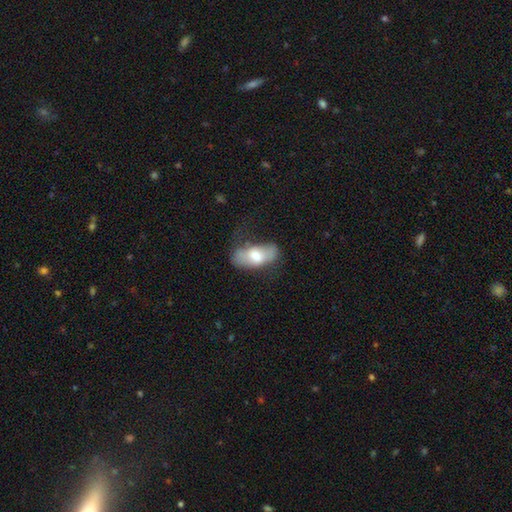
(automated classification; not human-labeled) Q: Smooth or featured?
A: smooth (64%); runner-up: featured or disk (29%)
Q: How rounded?
A: in between (90%); runner-up: cigar-shaped (6%)
Q: Merging?
A: none (52%); runner-up: minor disturbance (28%)